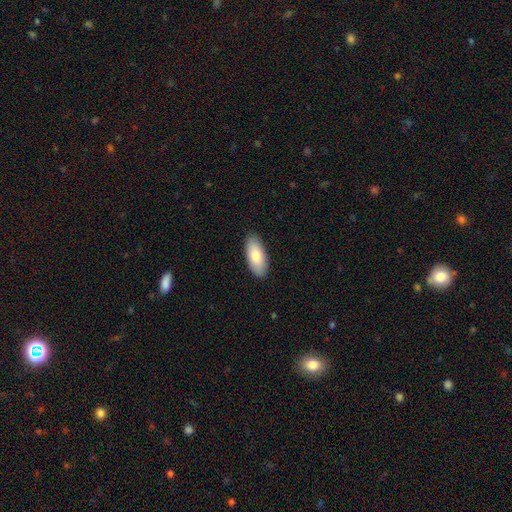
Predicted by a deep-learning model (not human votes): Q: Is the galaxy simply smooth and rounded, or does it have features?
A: smooth — 81%.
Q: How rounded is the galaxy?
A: in between — 88%.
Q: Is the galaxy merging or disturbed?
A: none — 89%.